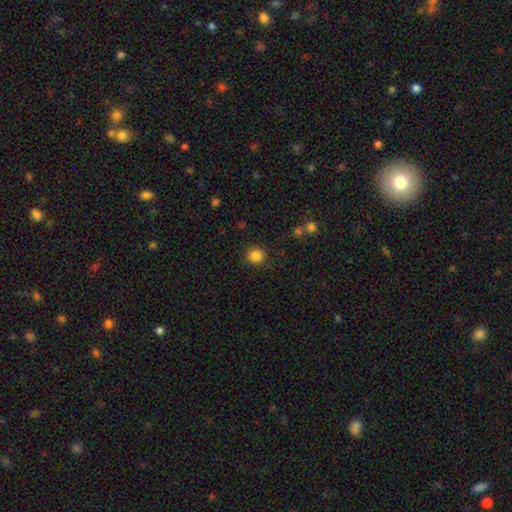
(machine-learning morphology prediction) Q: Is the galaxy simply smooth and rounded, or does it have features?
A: smooth — 85%.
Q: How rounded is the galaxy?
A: round — 91%.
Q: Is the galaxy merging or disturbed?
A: none — 89%.